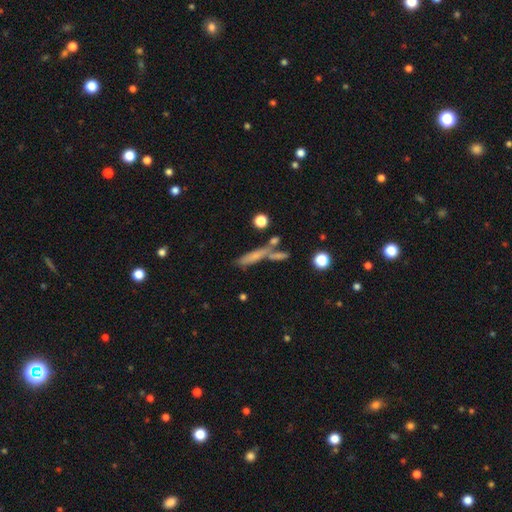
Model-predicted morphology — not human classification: type=smooth (59%); roundness=cigar-shaped (78%); merging=none (53%).